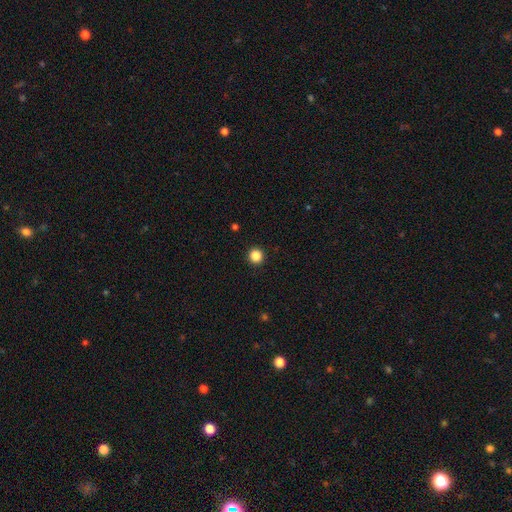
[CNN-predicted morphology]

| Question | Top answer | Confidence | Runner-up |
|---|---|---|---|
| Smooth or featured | smooth | 87% | star or artifact (11%) |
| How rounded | round | 95% | in between (4%) |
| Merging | none | 93% | minor disturbance (4%) |